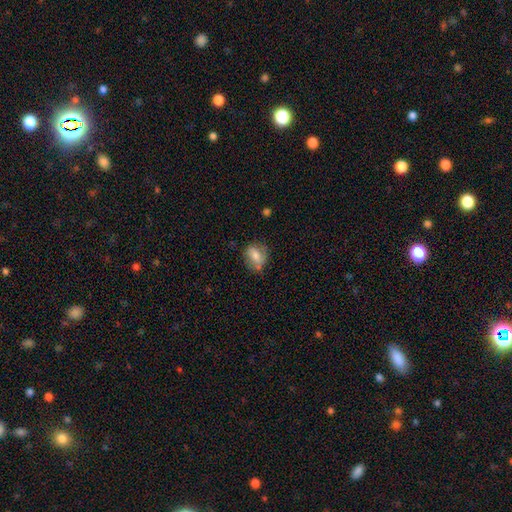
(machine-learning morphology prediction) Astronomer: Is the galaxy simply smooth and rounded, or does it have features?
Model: smooth — 58% (runner-up: featured or disk, 34%).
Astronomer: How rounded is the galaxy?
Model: in between — 54% (runner-up: round, 43%).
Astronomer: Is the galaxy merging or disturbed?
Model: none — 62%.